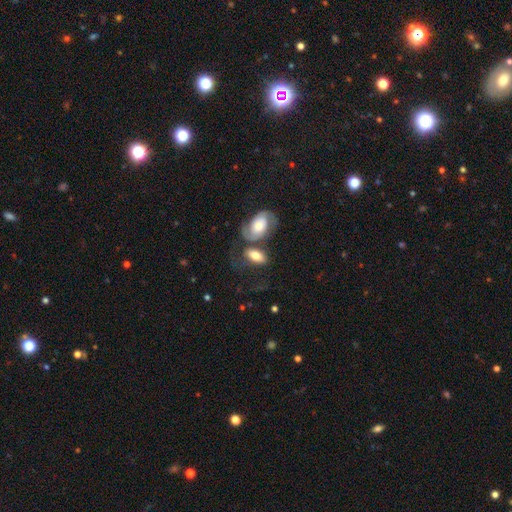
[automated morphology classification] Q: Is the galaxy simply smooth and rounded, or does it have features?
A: smooth — 57%.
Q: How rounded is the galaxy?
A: in between — 89%.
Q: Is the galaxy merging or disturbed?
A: merger — 43%.